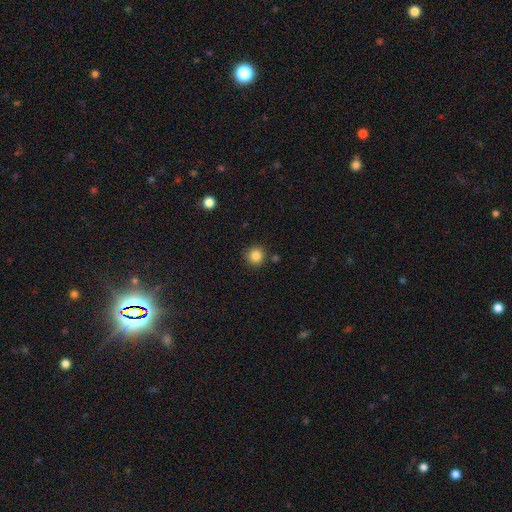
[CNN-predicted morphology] This appears to be a smooth galaxy with no disk features (85%) that is round (94%). Merging: none (86%).